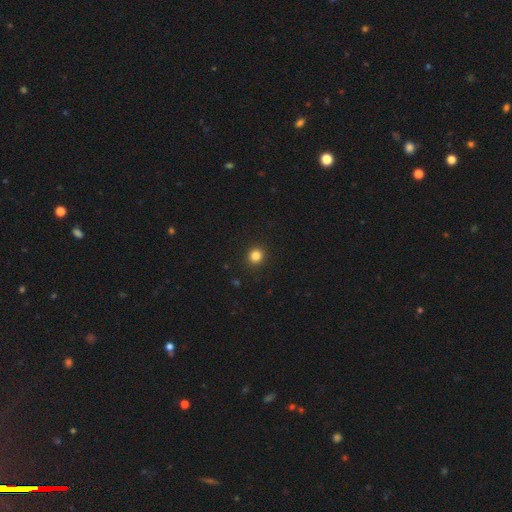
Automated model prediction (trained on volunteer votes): The model was most divided on "smooth or featured": smooth: 84%, star or artifact: 12%, featured or disk: 4%. More confident: merging — none (92%); how rounded — round (89%).